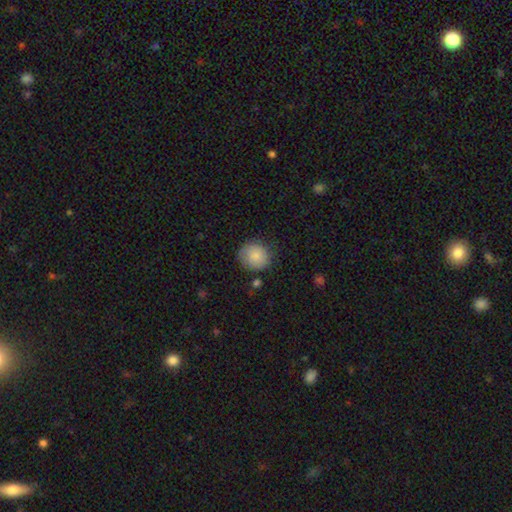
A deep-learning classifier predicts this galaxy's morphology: Q: Smooth or featured?
A: smooth (86%); runner-up: star or artifact (7%)
Q: How rounded?
A: round (85%); runner-up: in between (14%)
Q: Merging?
A: none (77%); runner-up: minor disturbance (17%)